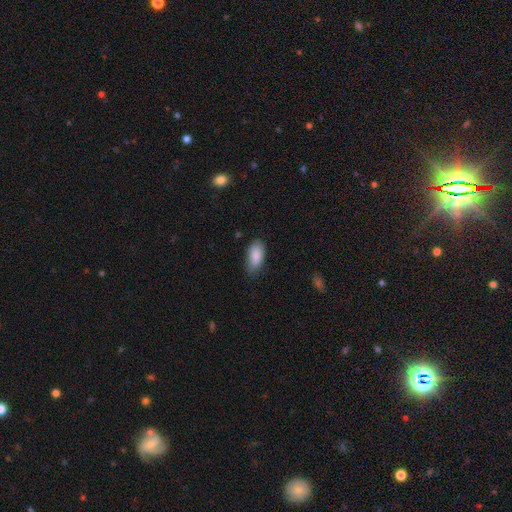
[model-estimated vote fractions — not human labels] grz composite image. It shows a smooth galaxy with no disk features (88%) that is in between round and cigar-shaped (89%). Merging: none (75%).